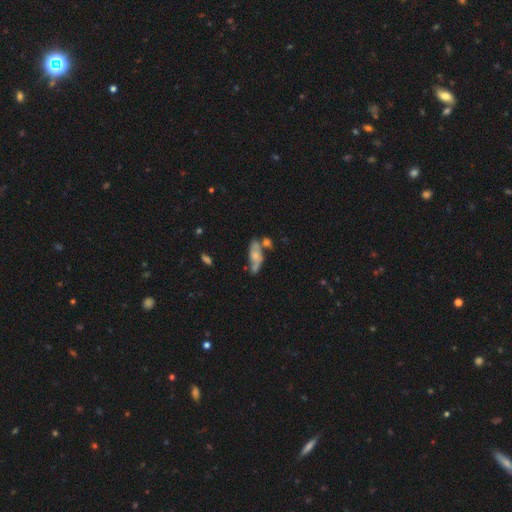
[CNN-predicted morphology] type=smooth (48%); merging=none (42%).